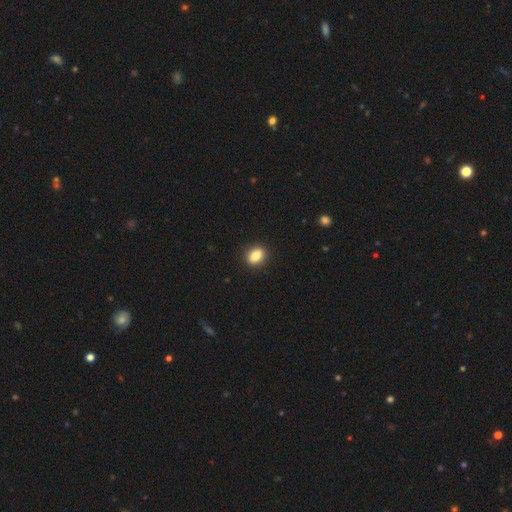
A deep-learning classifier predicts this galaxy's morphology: Overall: smooth (85%). How rounded: in between (55%; round 44%). Merging: none (91%).